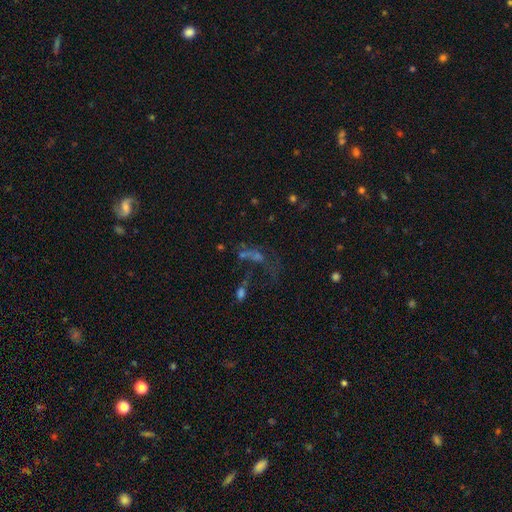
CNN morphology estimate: Smooth or featured? star or artifact (40%)